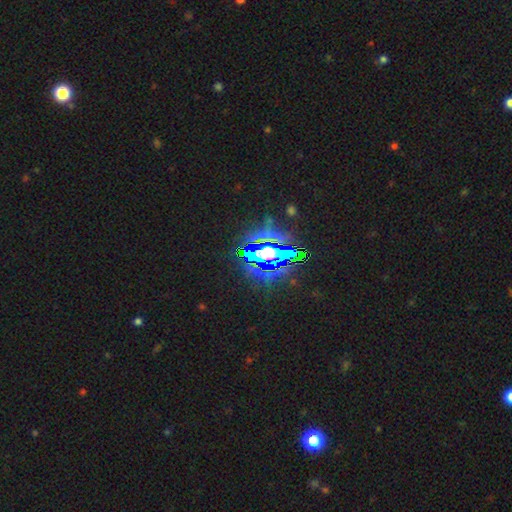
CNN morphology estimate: smooth-or-featured: star or artifact: 82% | smooth: 10% | featured or disk: 8%